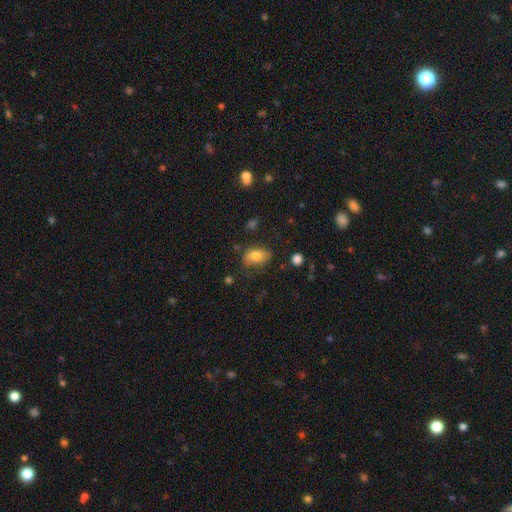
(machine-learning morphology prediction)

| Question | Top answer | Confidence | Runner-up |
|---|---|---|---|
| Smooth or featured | smooth | 78% | featured or disk (13%) |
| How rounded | in between | 86% | round (12%) |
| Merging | none | 62% | minor disturbance (26%) |